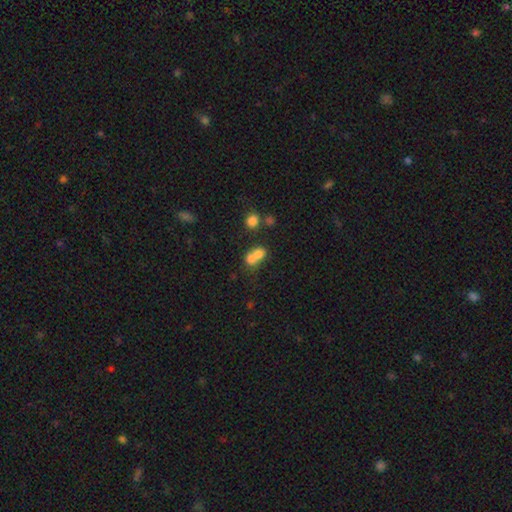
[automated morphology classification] Smooth or featured: smooth — 71% (featured or disk — 16%)
How rounded: round — 63% (in between — 35%)
Merging: merger — 65% (none — 26%)